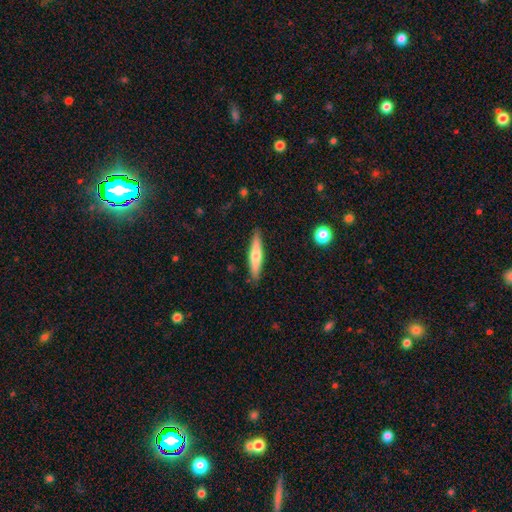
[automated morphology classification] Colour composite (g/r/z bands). It shows a smooth galaxy with no disk features (56%) that is cigar-shaped (87%). Merging: none (89%).